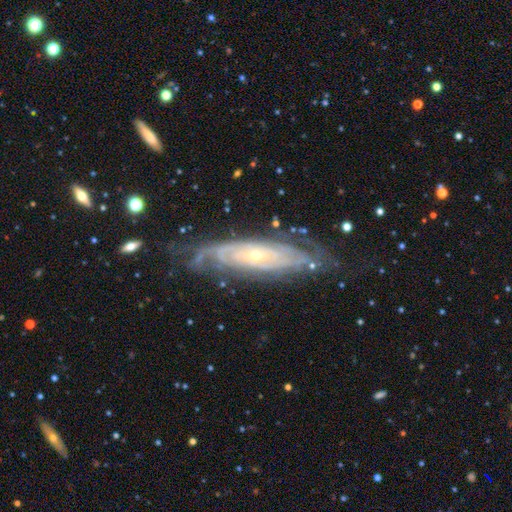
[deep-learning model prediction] Q: Smooth or featured?
A: featured or disk (86%); runner-up: smooth (8%)
Q: Edge-on disk?
A: no (82%); runner-up: yes (18%)
Q: Bar?
A: no (73%); runner-up: weak (19%)
Q: Spiral arms?
A: yes (94%); runner-up: no (6%)
Q: Spiral winding?
A: tight (78%); runner-up: medium (18%)
Q: Spiral arm count?
A: can't tell (51%); runner-up: 2 (16%)
Q: Bulge size?
A: small (76%); runner-up: moderate (21%)
Q: Merging?
A: none (72%); runner-up: minor disturbance (19%)